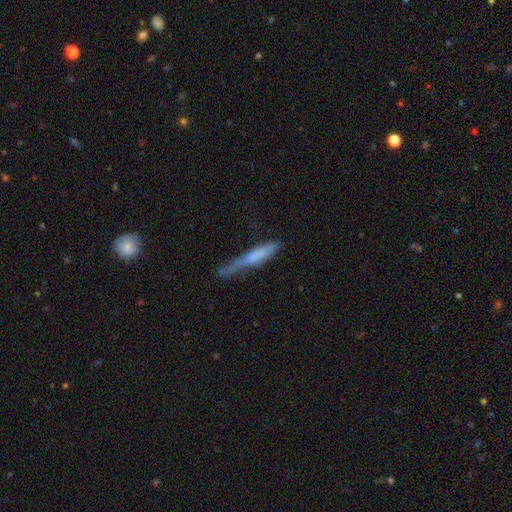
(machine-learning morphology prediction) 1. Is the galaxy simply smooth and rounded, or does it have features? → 54% smooth, 38% featured or disk, 8% star or artifact.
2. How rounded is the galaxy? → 91% cigar-shaped, 7% in between, 2% round.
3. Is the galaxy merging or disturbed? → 44% none, 29% minor disturbance, 18% major disturbance, 8% merger.